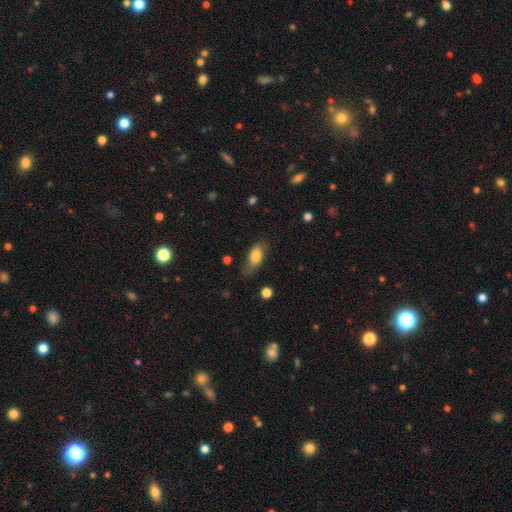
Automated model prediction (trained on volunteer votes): A smooth galaxy with no disk features (79%) that is in between round and cigar-shaped (87%). Merging: none (63%).